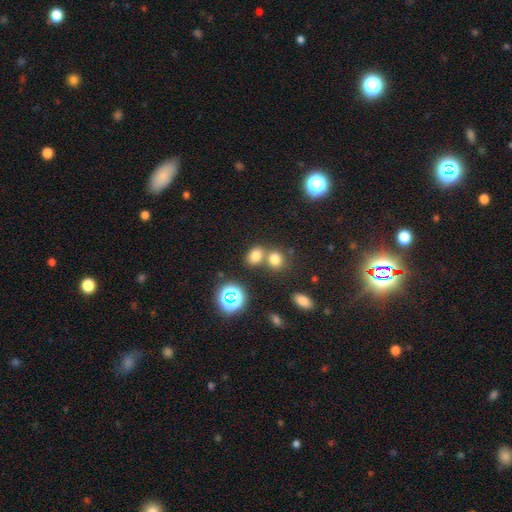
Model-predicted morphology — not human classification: Q: Smooth or featured?
A: smooth (73%); runner-up: star or artifact (19%)
Q: How rounded?
A: in between (58%); runner-up: round (41%)
Q: Merging?
A: none (51%); runner-up: merger (37%)